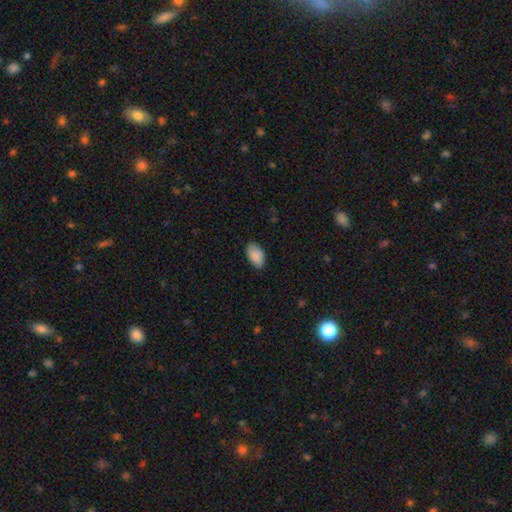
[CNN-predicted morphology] This appears to be a smooth galaxy with no disk features (89%) that is in between round and cigar-shaped (94%). Merging: none (82%).